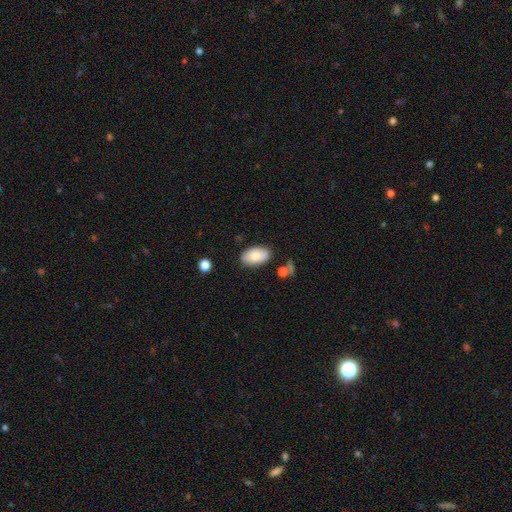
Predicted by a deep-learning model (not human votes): smooth-or-featured: smooth: 82% | featured or disk: 11% | star or artifact: 7%
  how-rounded: in between: 95% | round: 4% | cigar-shaped: 2%
  merging: none: 81% | minor disturbance: 13% | merger: 3% | major disturbance: 3%